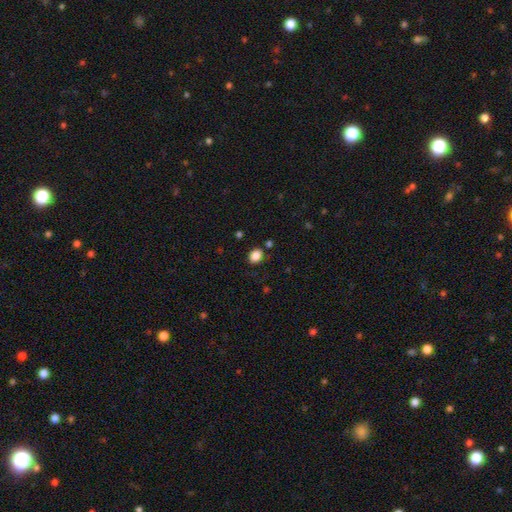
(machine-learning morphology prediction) type=smooth (86%); roundness=in between (52%); merging=none (83%).